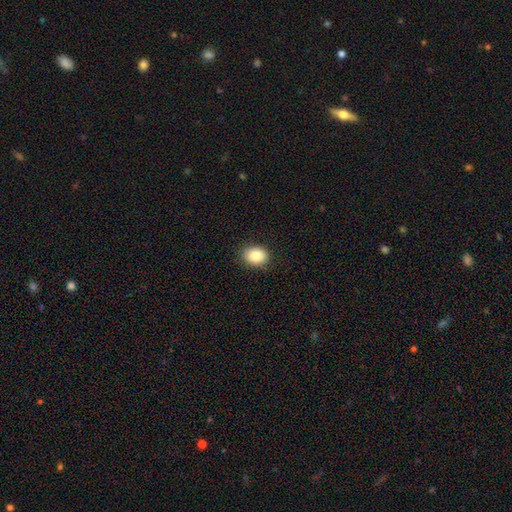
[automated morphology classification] A smooth galaxy with no disk features (86%) that is in between round and cigar-shaped (64%). Merging: none (88%).